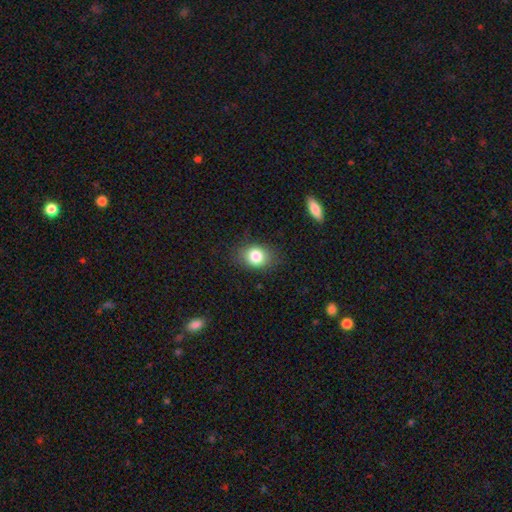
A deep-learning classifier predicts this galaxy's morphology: Smooth or featured? smooth (83%)
How rounded? in between (50%)
Merging? none (80%)